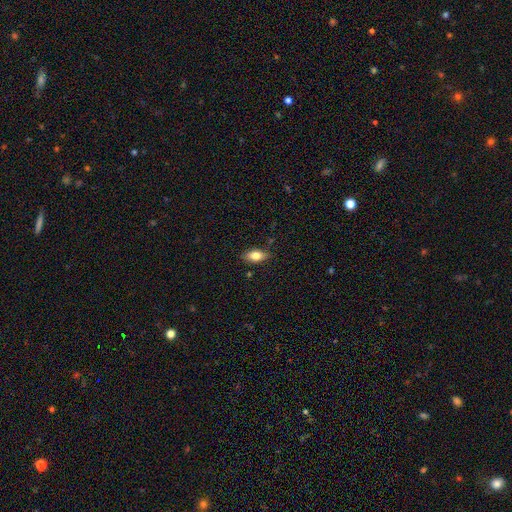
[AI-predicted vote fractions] Morphology: type=smooth (77%); roundness=in between (87%); merging=none (84%).